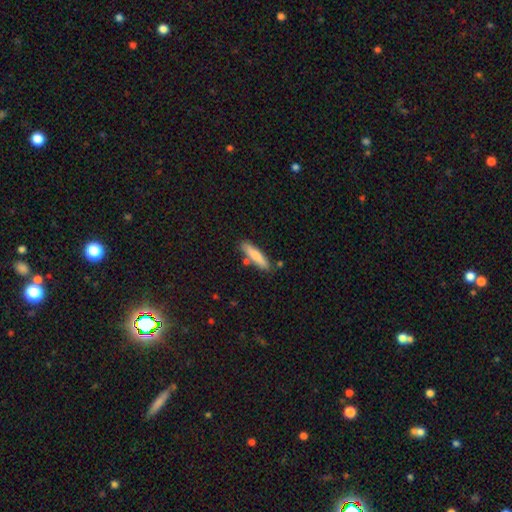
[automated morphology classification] type=smooth (74%); roundness=cigar-shaped (81%); merging=none (79%).